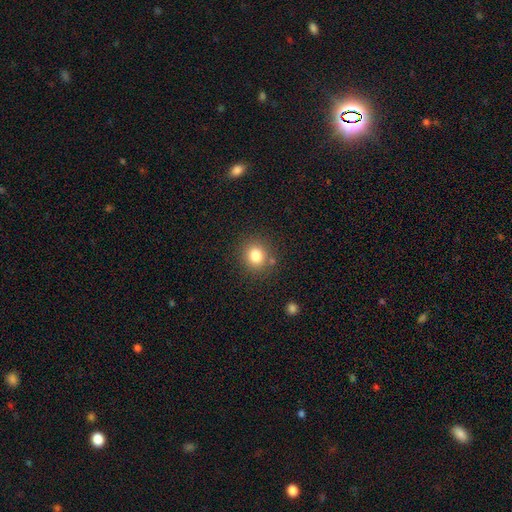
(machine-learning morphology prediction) Smooth or featured?
  - smooth: 81% *
  - star or artifact: 12%
  - featured or disk: 7%
How rounded?
  - round: 83% *
  - in between: 16%
  - cigar-shaped: 1%
Merging?
  - none: 83% *
  - minor disturbance: 10%
  - merger: 5%
  - major disturbance: 3%